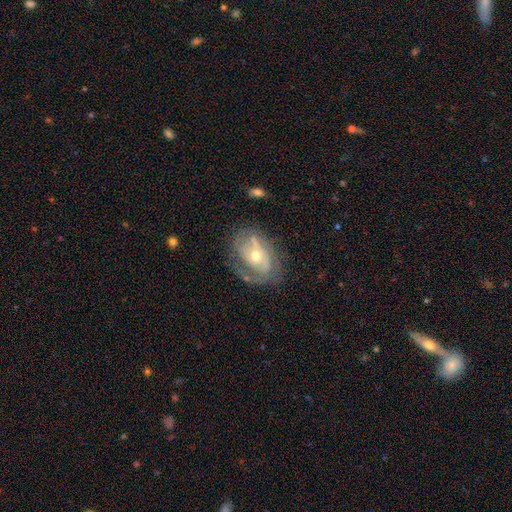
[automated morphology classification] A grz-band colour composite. It shows a featured or disk galaxy (75%) with no bar (68%), 2 (39%) tight (49%) spiral arms (79%) and a moderate central bulge (57%). Merging: none (58%).